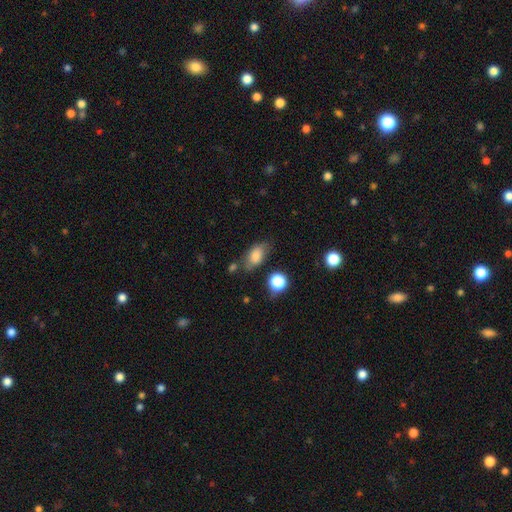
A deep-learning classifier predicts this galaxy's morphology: type=smooth (77%); roundness=in between (86%); merging=none (63%).